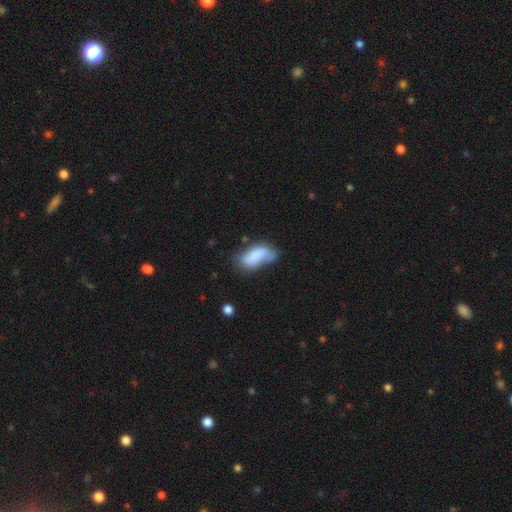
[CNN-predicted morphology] smooth 74%, featured or disk 19%, star or artifact 8%. Down the decision tree: how rounded — in between (88%); merging — none (38%).